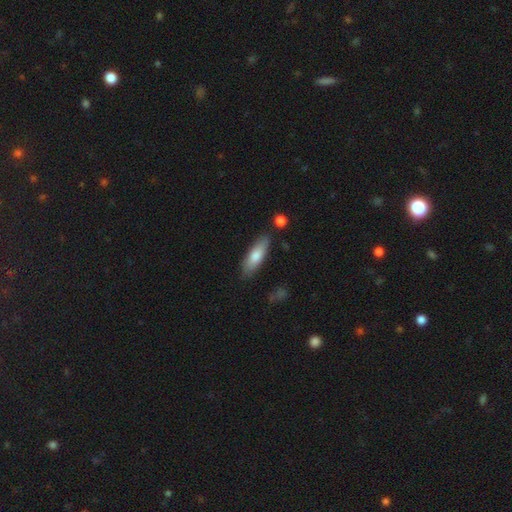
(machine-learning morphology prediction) smooth 74%, featured or disk 20%, star or artifact 6%. Down the decision tree: how rounded — cigar-shaped (49%, tied with in between); merging — none (81%).